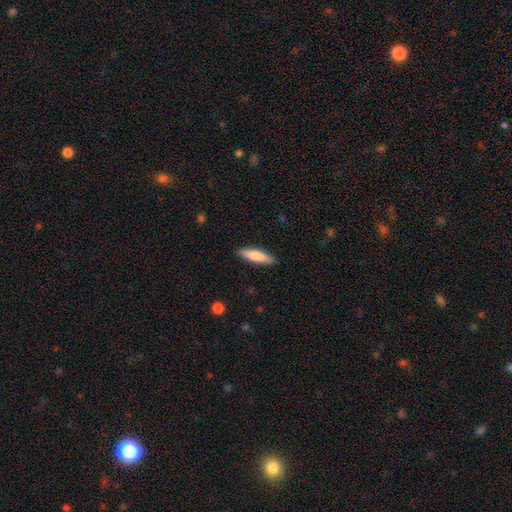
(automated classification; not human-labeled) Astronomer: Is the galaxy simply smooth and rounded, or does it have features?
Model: smooth — 79%.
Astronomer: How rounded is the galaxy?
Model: cigar-shaped — 69%.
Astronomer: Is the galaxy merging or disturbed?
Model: none — 89%.